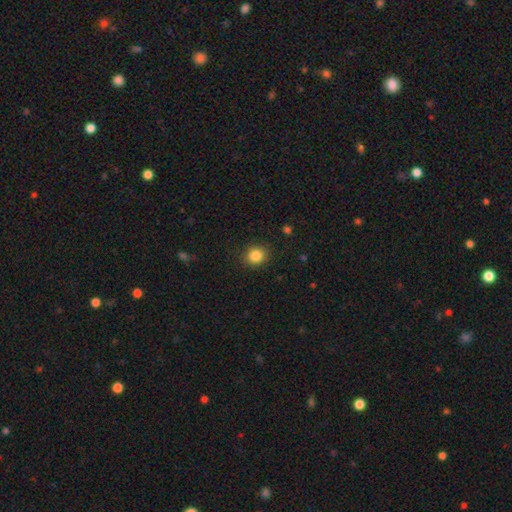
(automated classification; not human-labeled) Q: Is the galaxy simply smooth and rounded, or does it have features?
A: smooth — 85%.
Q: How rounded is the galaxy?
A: round — 80%.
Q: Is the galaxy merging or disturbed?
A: none — 89%.